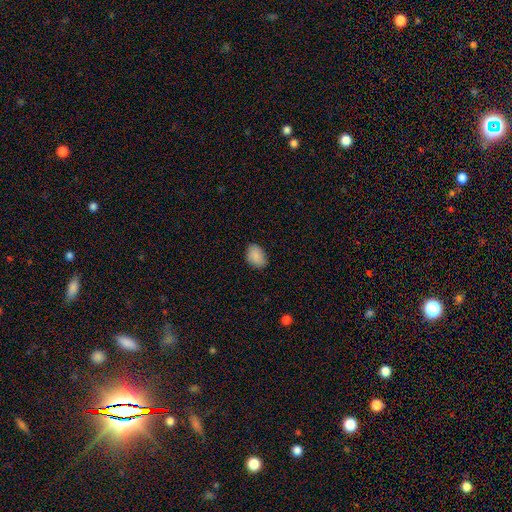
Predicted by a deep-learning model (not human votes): This is clearly a smooth galaxy (88%). How rounded: likely in between (73%). Merging: clearly none (82%).